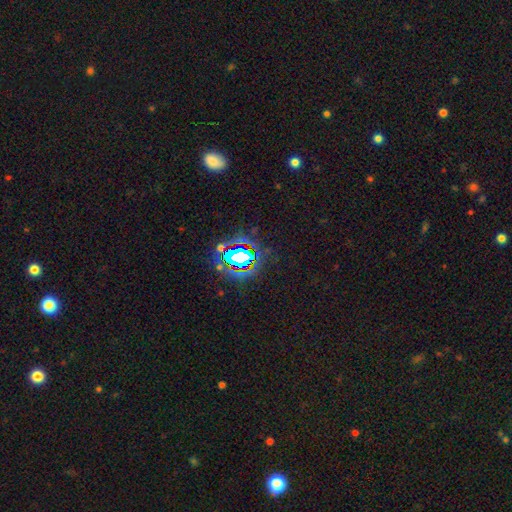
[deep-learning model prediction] Morphology: type=star or artifact (79%).